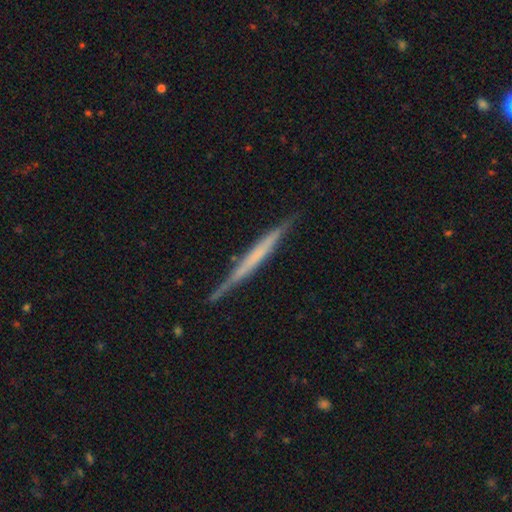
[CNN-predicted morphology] A featured or disk galaxy (61%) viewed edge-on (97%) with no central bulge (80%). Merging: none (84%).